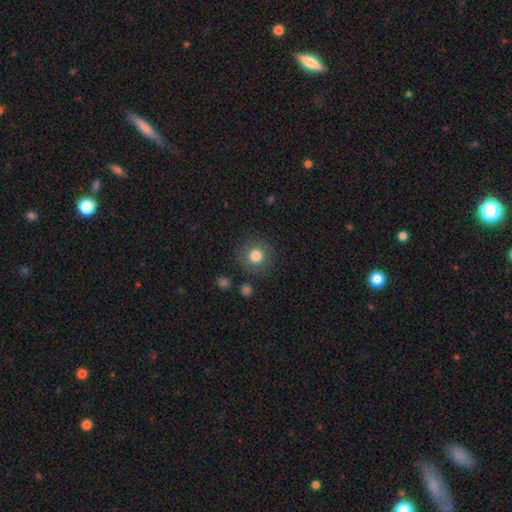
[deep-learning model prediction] smooth 79%, featured or disk 10%, star or artifact 10%. Down the decision tree: how rounded — round (93%); merging — none (85%).